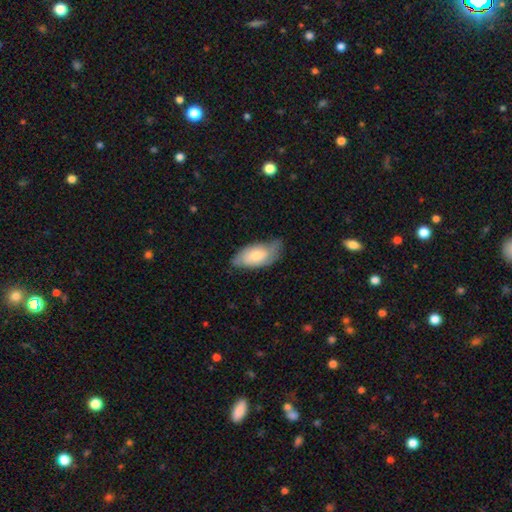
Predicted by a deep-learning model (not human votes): Morphology: type=smooth (64%); roundness=in between (92%); merging=none (55%).